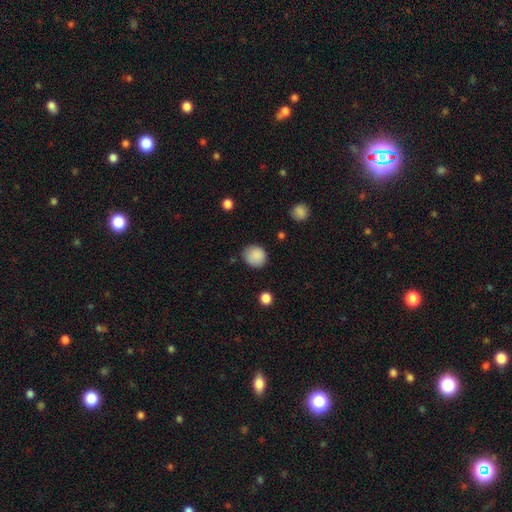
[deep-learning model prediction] Smooth or featured? Predicted: smooth (p=0.88). How rounded? Predicted: round (p=0.85). Merging? Predicted: none (p=0.82).